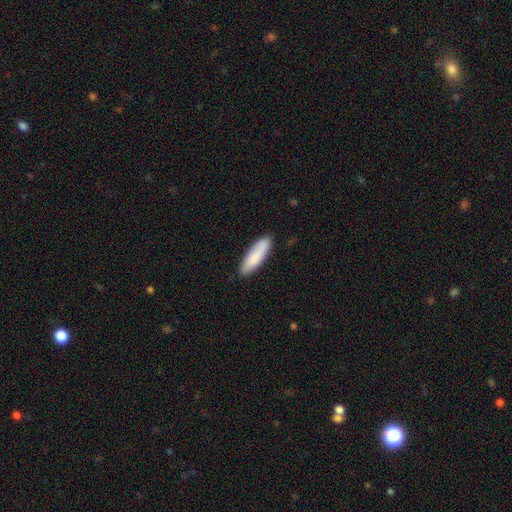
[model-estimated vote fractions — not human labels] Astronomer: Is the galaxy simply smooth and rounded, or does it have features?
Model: smooth — 84%.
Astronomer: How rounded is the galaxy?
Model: cigar-shaped — 59% (runner-up: in between, 40%).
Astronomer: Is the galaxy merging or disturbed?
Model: none — 85%.